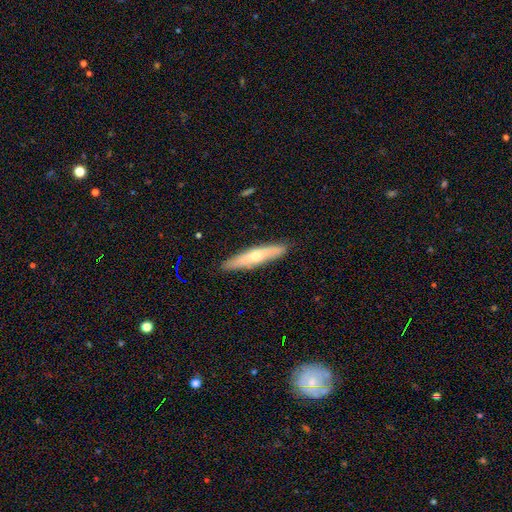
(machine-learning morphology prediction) Q: Smooth or featured?
A: smooth (48%); runner-up: featured or disk (46%)
Q: Merging?
A: none (89%); runner-up: minor disturbance (8%)